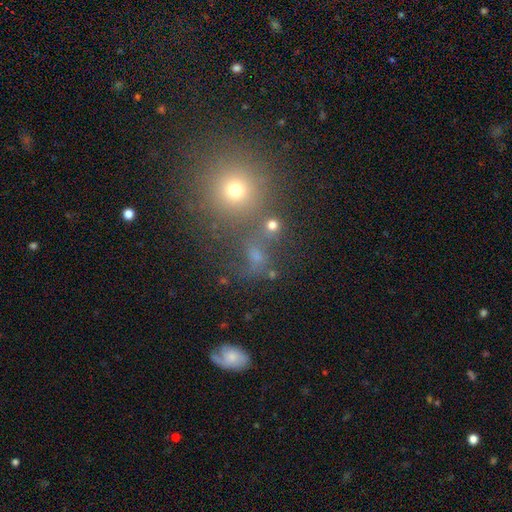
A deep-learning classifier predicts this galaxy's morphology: smooth-or-featured: smooth: 44% | star or artifact: 36% | featured or disk: 20%
  merging: none: 56% | merger: 19% | minor disturbance: 13% | major disturbance: 13%